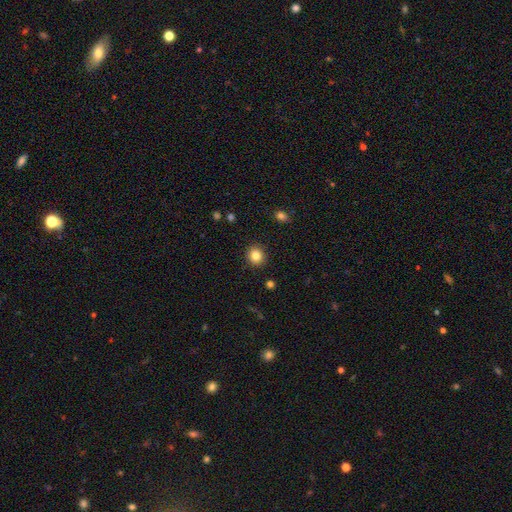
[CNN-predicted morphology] type=smooth (83%); roundness=round (86%); merging=none (91%).